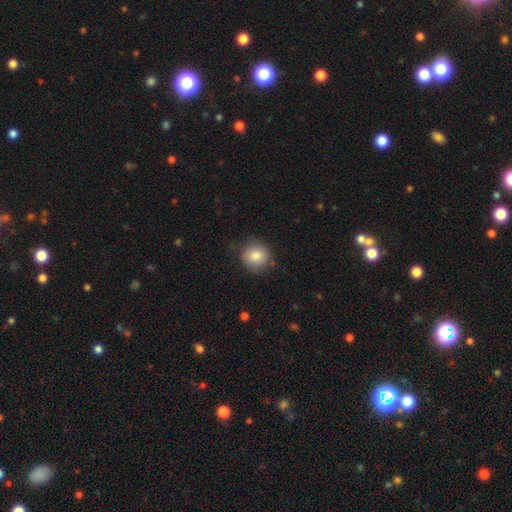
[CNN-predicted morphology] Smooth or featured?
  - smooth: 83% *
  - star or artifact: 9%
  - featured or disk: 8%
How rounded?
  - round: 89% *
  - in between: 10%
  - cigar-shaped: 1%
Merging?
  - none: 78% *
  - minor disturbance: 17%
  - major disturbance: 4%
  - merger: 1%